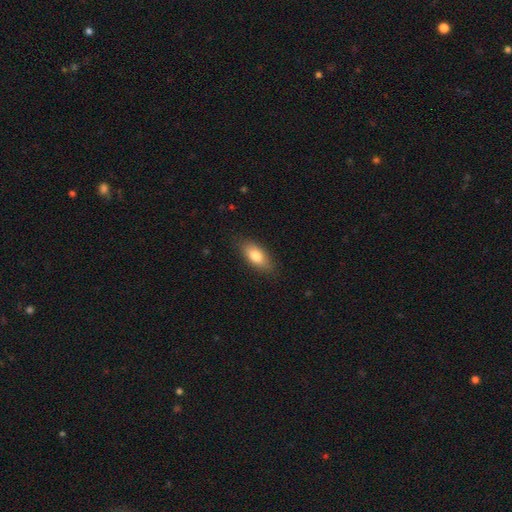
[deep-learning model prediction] Morphology: type=smooth (78%); roundness=in between (85%); merging=none (83%).